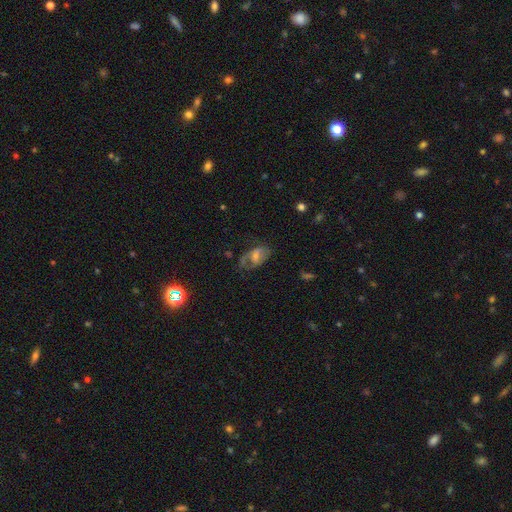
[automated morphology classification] featured or disk 51%, smooth 39%, star or artifact 10%. Down the decision tree: edge-on disk — no (93%); merging — none (50%).